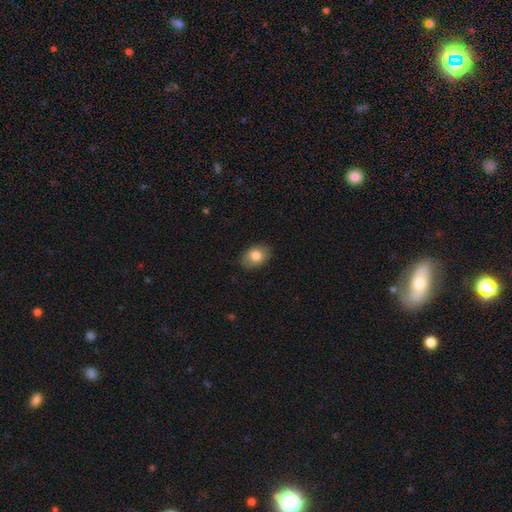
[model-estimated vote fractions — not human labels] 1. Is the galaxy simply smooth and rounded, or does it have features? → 81% smooth, 12% featured or disk, 8% star or artifact.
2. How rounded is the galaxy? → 78% in between, 21% round, 1% cigar-shaped.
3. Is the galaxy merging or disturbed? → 86% none, 11% minor disturbance, 2% major disturbance, 1% merger.